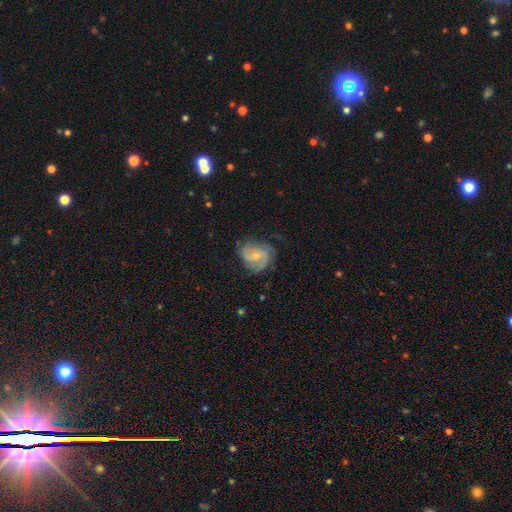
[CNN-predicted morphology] Smooth or featured? featured or disk (79%)
Edge-on disk? no (98%)
Bar? no (55%)
Spiral arms? yes (95%)
Spiral winding? tight (44%)
Spiral arm count? 2 (45%)
Bulge size? small (59%)
Merging? none (64%)